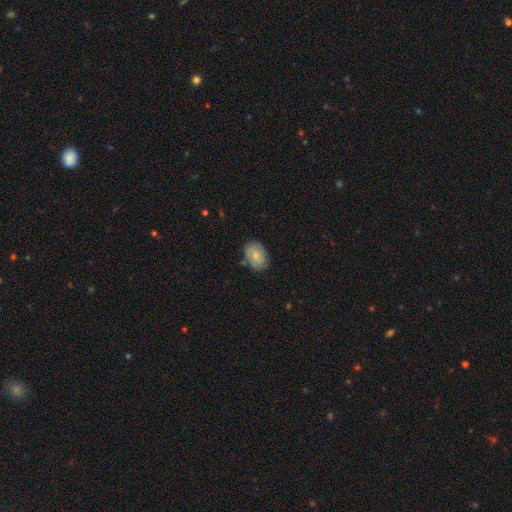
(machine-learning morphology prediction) This is likely a smooth galaxy (70%). How rounded: likely in between (77%). Merging: likely none (75%).